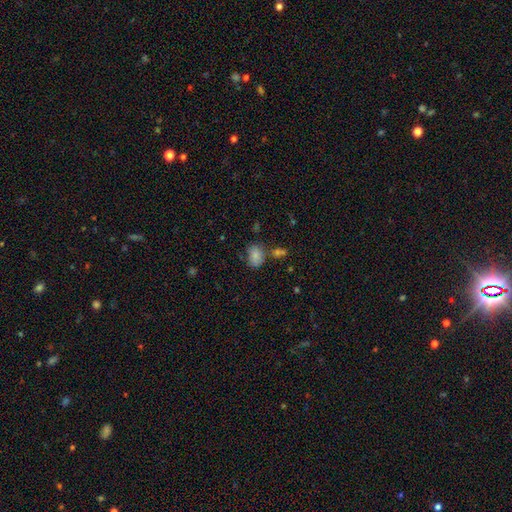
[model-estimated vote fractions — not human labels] smooth_or_featured: smooth (p=0.81) [alt: star or artifact p=0.10]
how_rounded: in between (p=0.71) [alt: round p=0.28]
merging: none (p=0.60) [alt: minor disturbance p=0.20]